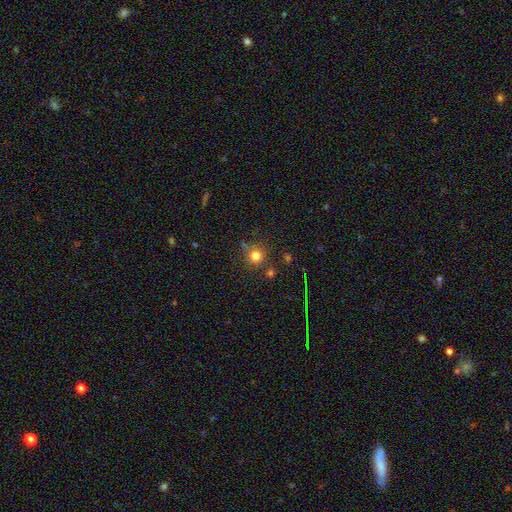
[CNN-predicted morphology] The model was most divided on "smooth or featured": smooth: 77%, star or artifact: 16%, featured or disk: 7%. More confident: how rounded — round (93%); merging — none (78%).